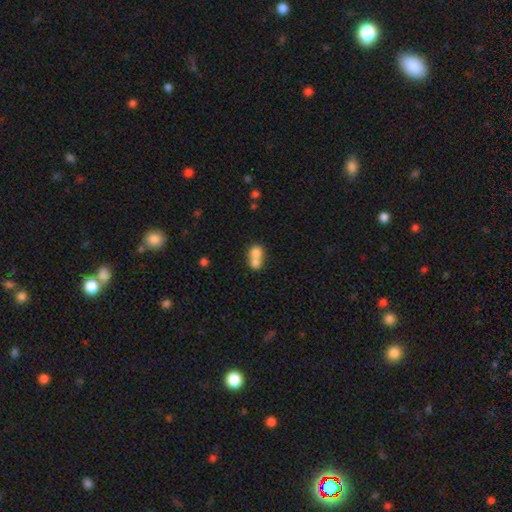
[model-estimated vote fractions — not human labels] Smooth or featured?
  - smooth: 74% *
  - featured or disk: 17%
  - star or artifact: 10%
How rounded?
  - round: 65% *
  - in between: 34%
  - cigar-shaped: 1%
Merging?
  - merger: 71% *
  - none: 21%
  - minor disturbance: 5%
  - major disturbance: 3%